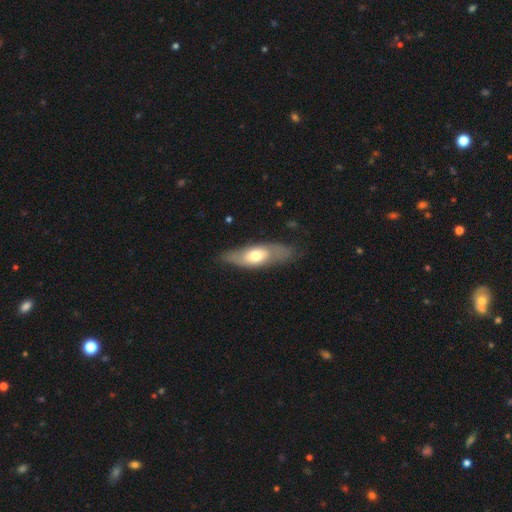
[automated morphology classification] type=smooth (51%); roundness=in between (67%); merging=none (72%).